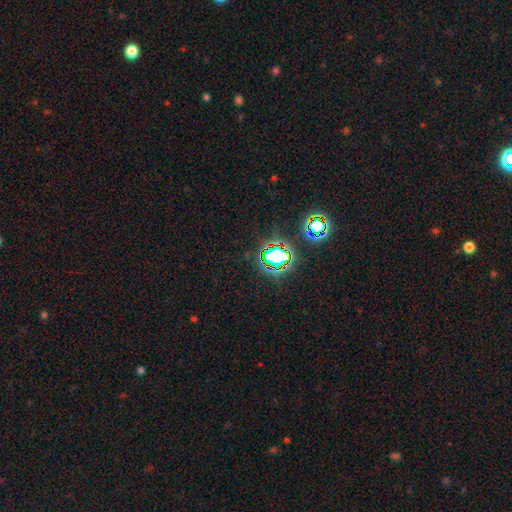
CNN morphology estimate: A star or artifact, not a galaxy (79%).